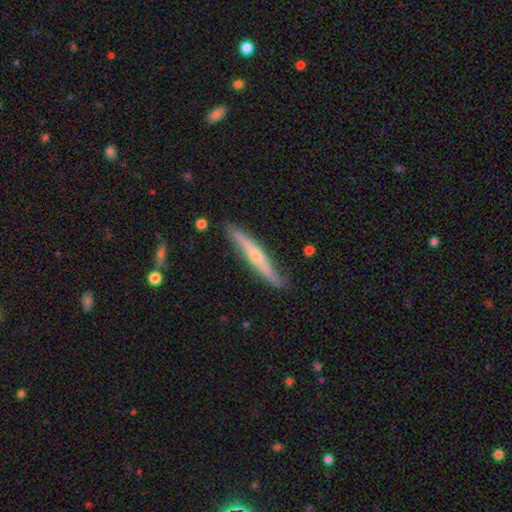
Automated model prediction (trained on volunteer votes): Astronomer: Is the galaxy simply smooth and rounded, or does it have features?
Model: featured or disk — 65%.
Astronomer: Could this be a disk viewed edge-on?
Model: yes — 86%.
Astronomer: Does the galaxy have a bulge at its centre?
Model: rounded — 71%.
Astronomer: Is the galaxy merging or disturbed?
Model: none — 78%.